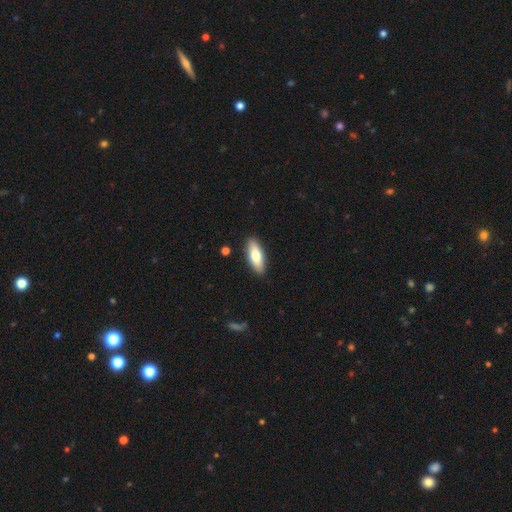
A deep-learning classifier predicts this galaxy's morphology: Smooth or featured? Predicted: smooth (p=0.74). How rounded? Predicted: in between (p=0.67). Merging? Predicted: none (p=0.89).